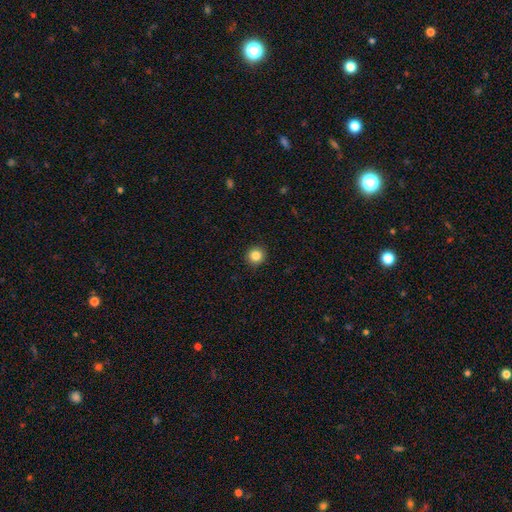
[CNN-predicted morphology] smooth_or_featured: smooth (p=0.85) [alt: star or artifact p=0.10]
how_rounded: round (p=0.94) [alt: in between p=0.05]
merging: none (p=0.92) [alt: minor disturbance p=0.05]